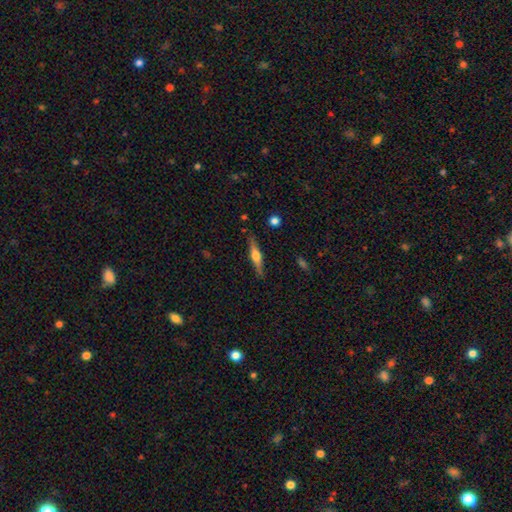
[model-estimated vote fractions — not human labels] Smooth or featured: featured or disk — 60% (smooth — 34%)
Edge-on disk: yes — 96% (no — 4%)
Edge-on bulge: rounded — 90% (boxy — 6%)
Merging: none — 87% (minor disturbance — 9%)